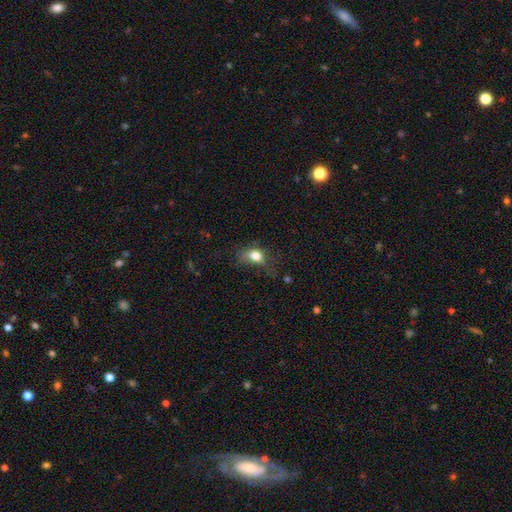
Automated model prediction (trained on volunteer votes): Smooth or featured?
  - smooth: 76% *
  - featured or disk: 13%
  - star or artifact: 12%
How rounded?
  - in between: 67% *
  - round: 30%
  - cigar-shaped: 3%
Merging?
  - none: 35% *
  - major disturbance: 32%
  - minor disturbance: 29%
  - merger: 3%